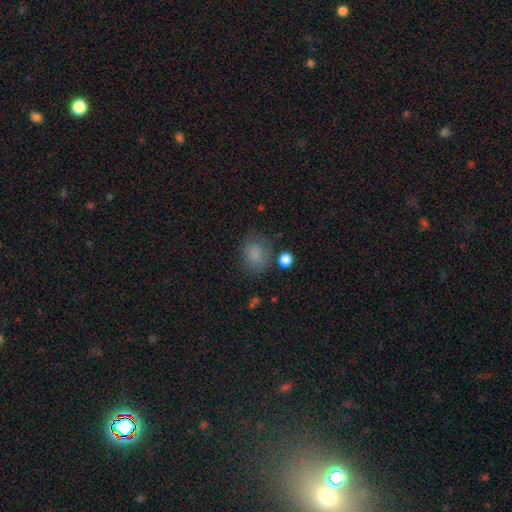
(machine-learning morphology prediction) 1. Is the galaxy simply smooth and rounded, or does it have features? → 80% smooth, 12% star or artifact, 7% featured or disk.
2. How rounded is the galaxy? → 53% round, 46% in between, 1% cigar-shaped.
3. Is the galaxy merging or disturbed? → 66% none, 20% minor disturbance, 10% major disturbance, 4% merger.